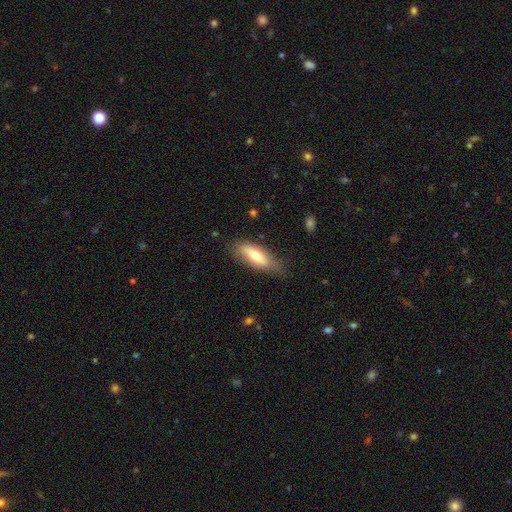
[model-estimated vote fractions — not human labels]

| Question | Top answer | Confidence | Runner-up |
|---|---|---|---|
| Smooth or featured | smooth | 65% | featured or disk (29%) |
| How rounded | in between | 65% | cigar-shaped (33%) |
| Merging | none | 73% | minor disturbance (21%) |